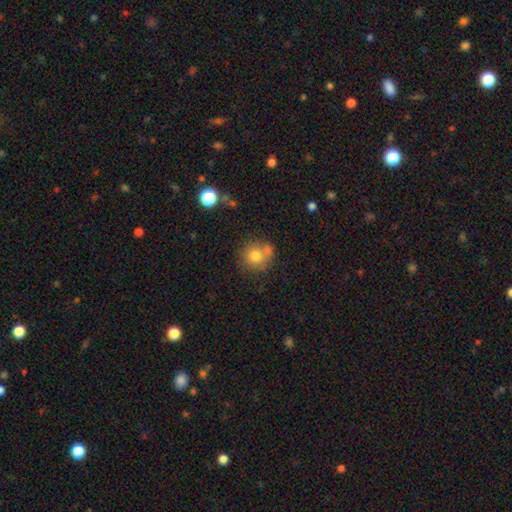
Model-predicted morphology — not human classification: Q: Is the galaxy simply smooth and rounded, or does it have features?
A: smooth — 76%.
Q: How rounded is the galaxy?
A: round — 88%.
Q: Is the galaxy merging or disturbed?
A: none — 56%.